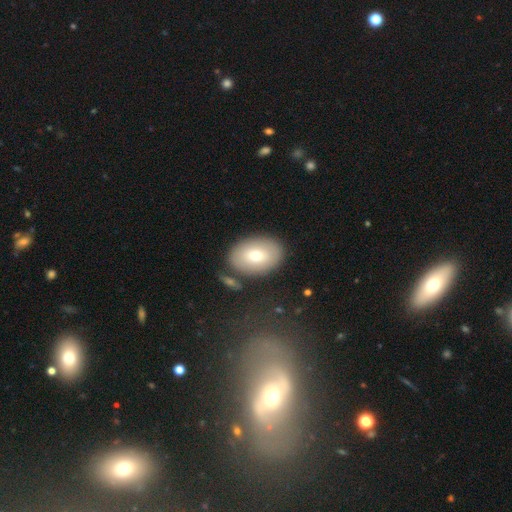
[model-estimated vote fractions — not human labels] smooth 71%, featured or disk 22%, star or artifact 7%. Down the decision tree: how rounded — in between (84%); merging — none (81%).